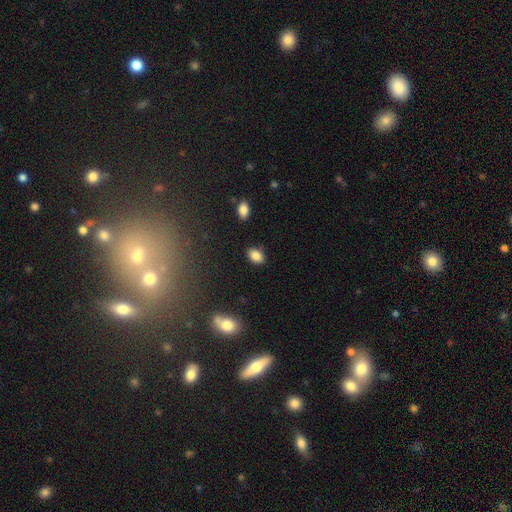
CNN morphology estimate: smooth 86%, star or artifact 9%, featured or disk 6%. Down the decision tree: how rounded — in between (88%); merging — none (84%).